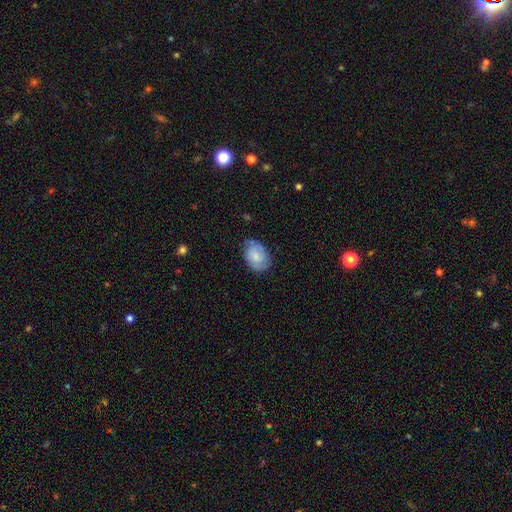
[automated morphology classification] Overall: smooth (58%; featured or disk 35%). How rounded: in between (76%). Merging: none (68%).